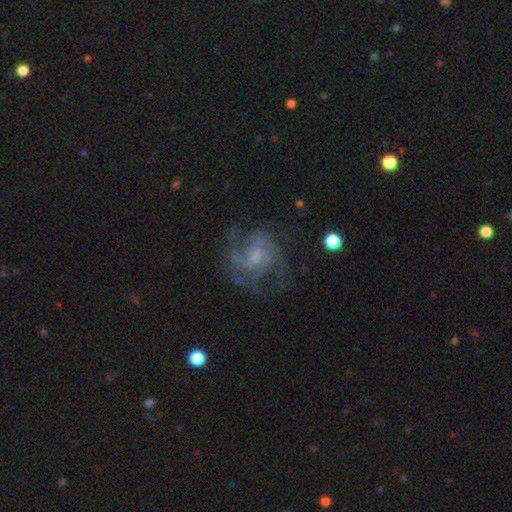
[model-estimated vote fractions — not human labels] Morphology: type=featured or disk (74%); edge-on=no (98%); bar=no (49%); spiral arms=yes (83%); winding=medium (47%); arm count=can't tell (35%); bulge=small (49%); merging=none (59%).